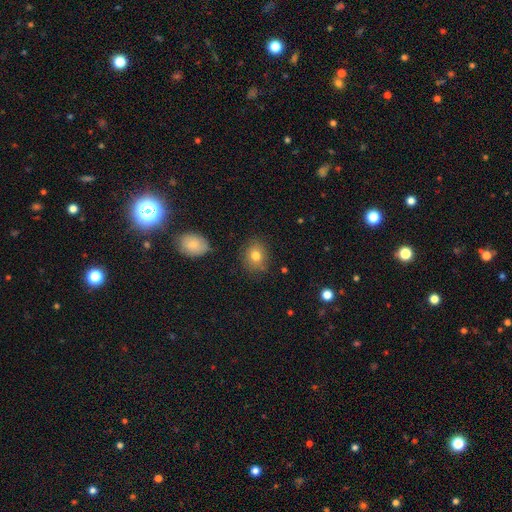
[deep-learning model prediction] The model was most divided on "how rounded": round: 61%, in between: 38%, cigar-shaped: 1%. More confident: merging — none (81%); smooth or featured — smooth (79%).